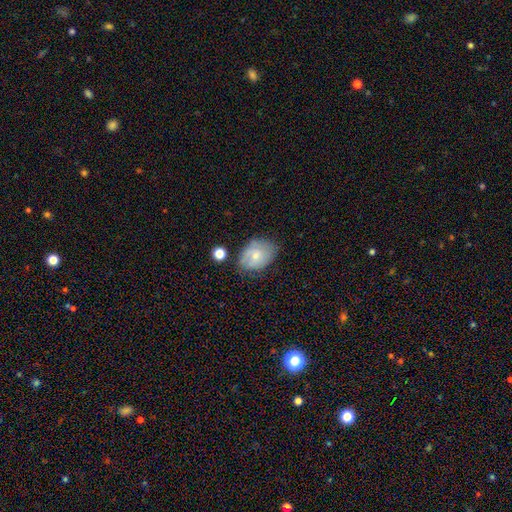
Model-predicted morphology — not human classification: smooth-or-featured: smooth: 59% | featured or disk: 33% | star or artifact: 8%
  how-rounded: in between: 72% | round: 27% | cigar-shaped: 1%
  merging: none: 58% | minor disturbance: 30% | major disturbance: 9% | merger: 4%